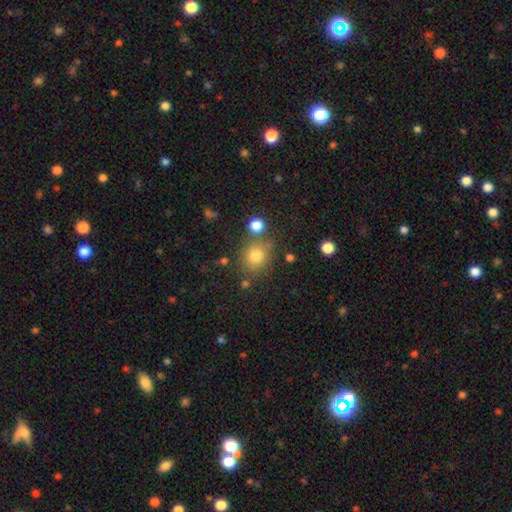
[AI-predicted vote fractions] Smooth or featured?
  - smooth: 77% *
  - star or artifact: 14%
  - featured or disk: 9%
How rounded?
  - round: 81% *
  - in between: 18%
  - cigar-shaped: 1%
Merging?
  - none: 74% *
  - minor disturbance: 12%
  - merger: 9%
  - major disturbance: 4%